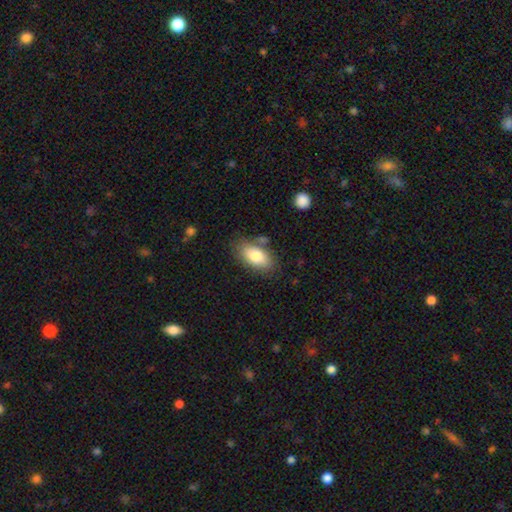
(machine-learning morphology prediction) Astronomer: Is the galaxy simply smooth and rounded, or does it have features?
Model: smooth — 79%.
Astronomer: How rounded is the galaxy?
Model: in between — 92%.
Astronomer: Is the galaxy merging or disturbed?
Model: none — 74%.